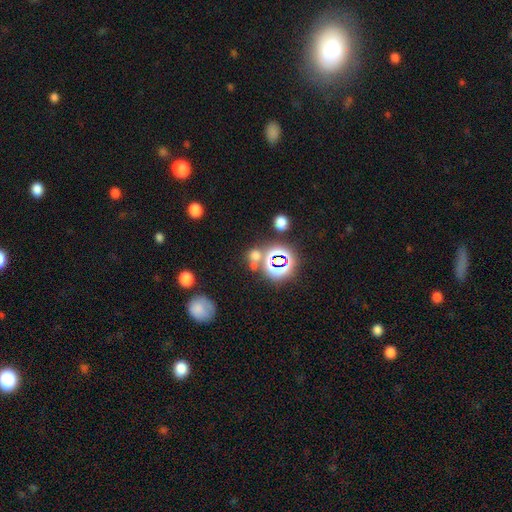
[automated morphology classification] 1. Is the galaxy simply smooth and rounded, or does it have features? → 51% smooth, 41% star or artifact, 8% featured or disk.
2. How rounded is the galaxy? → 80% round, 19% in between, 2% cigar-shaped.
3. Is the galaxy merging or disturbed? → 62% none, 23% merger, 9% minor disturbance, 5% major disturbance.